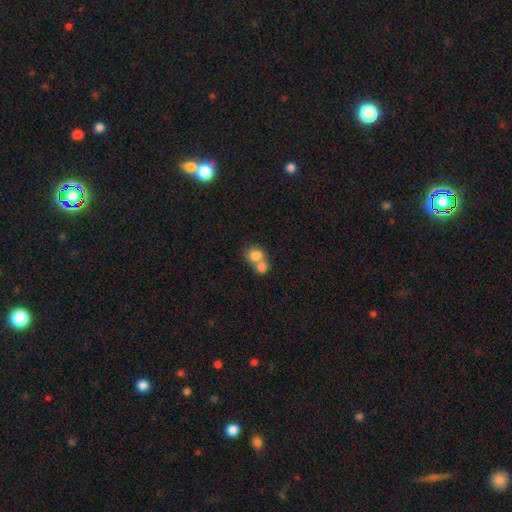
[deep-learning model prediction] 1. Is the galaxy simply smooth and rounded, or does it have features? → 79% smooth, 13% featured or disk, 8% star or artifact.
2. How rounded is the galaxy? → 67% round, 32% in between, 1% cigar-shaped.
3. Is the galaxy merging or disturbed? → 67% merger, 24% none, 6% minor disturbance, 3% major disturbance.